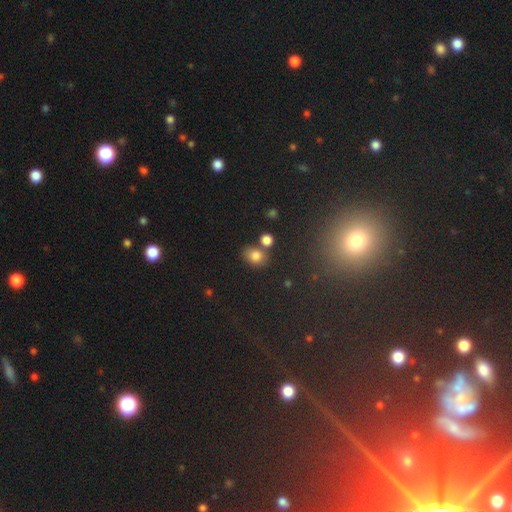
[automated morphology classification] A smooth galaxy with no disk features (80%) that is in between round and cigar-shaped (53%).

Vote fractions:
- Smooth or featured? smooth: 80% / star or artifact: 12% / featured or disk: 8%
- How rounded? in between: 53% / round: 46% / cigar-shaped: 1%
- Merging? none: 64% / merger: 19% / minor disturbance: 13% / major disturbance: 4%